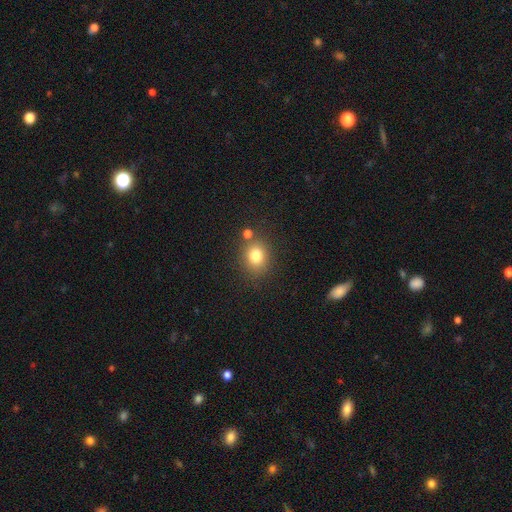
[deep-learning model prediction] Smooth or featured? Predicted: smooth (p=0.79). How rounded? Predicted: round (p=0.69). Merging? Predicted: none (p=0.76).